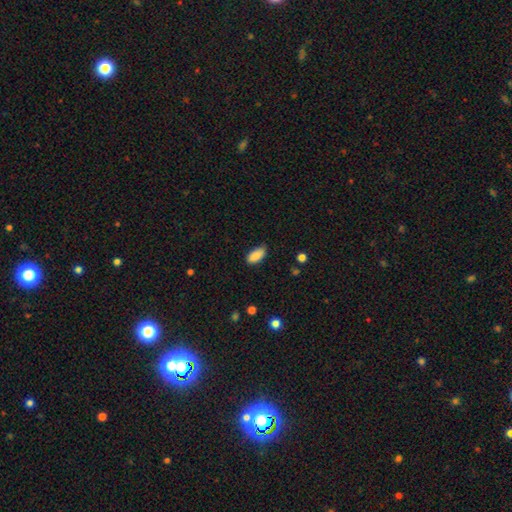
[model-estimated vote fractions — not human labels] The model was most divided on "merging": none: 76%, minor disturbance: 20%, major disturbance: 3%, merger: 1%. More confident: how rounded — in between (91%); smooth or featured — smooth (89%).